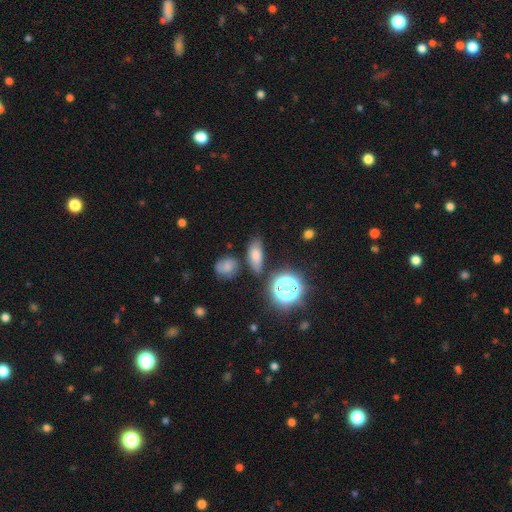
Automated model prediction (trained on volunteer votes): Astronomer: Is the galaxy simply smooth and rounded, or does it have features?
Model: smooth — 69%.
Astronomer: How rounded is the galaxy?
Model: in between — 76%.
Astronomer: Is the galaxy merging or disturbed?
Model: none — 70%.